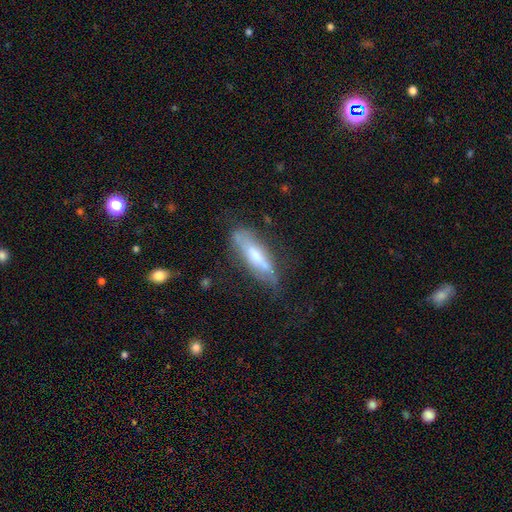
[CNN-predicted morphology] This is possibly a smooth galaxy (50%). How rounded: likely cigar-shaped (62%). Merging: possibly none (57%).